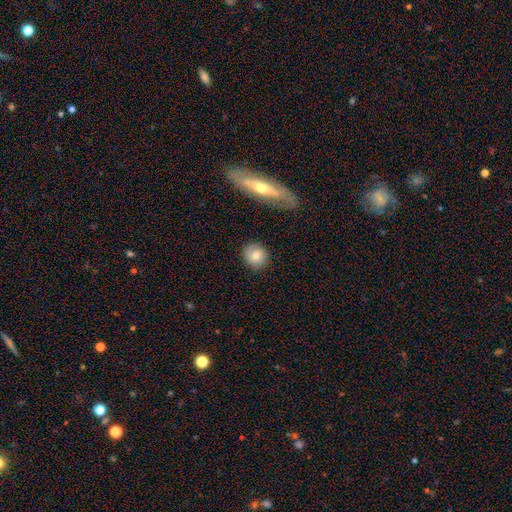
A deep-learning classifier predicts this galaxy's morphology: smooth_or_featured: smooth (p=0.76) [alt: featured or disk p=0.16]
how_rounded: round (p=0.87) [alt: in between p=0.12]
merging: none (p=0.85) [alt: minor disturbance p=0.10]